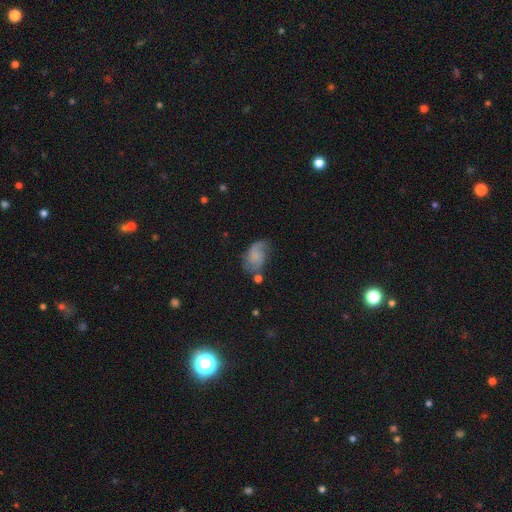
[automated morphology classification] The model was most divided on "smooth or featured": featured or disk: 49%, smooth: 41%, star or artifact: 10%. More confident: merging — none (52%).